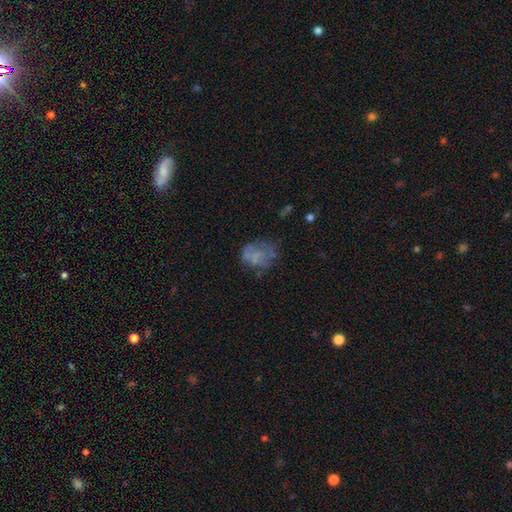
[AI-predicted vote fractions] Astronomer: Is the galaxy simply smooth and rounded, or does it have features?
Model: smooth — 43% (runner-up: featured or disk, 42%).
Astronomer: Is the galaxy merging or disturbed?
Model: none — 49% (runner-up: minor disturbance, 24%).